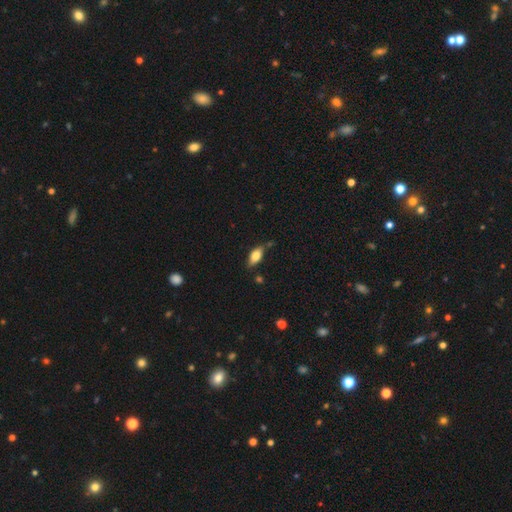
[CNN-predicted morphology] Smooth or featured?
  - smooth: 79% *
  - featured or disk: 14%
  - star or artifact: 7%
How rounded?
  - in between: 87% *
  - cigar-shaped: 9%
  - round: 3%
Merging?
  - none: 74% *
  - minor disturbance: 18%
  - merger: 4%
  - major disturbance: 4%